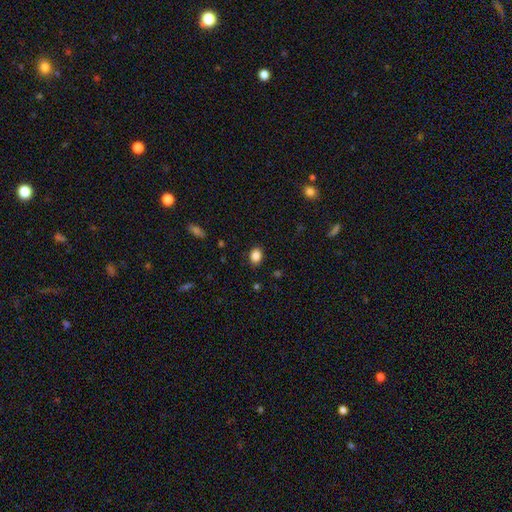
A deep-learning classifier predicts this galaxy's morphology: smooth 86%, star or artifact 9%, featured or disk 4%. Down the decision tree: how rounded — in between (69%); merging — none (88%).